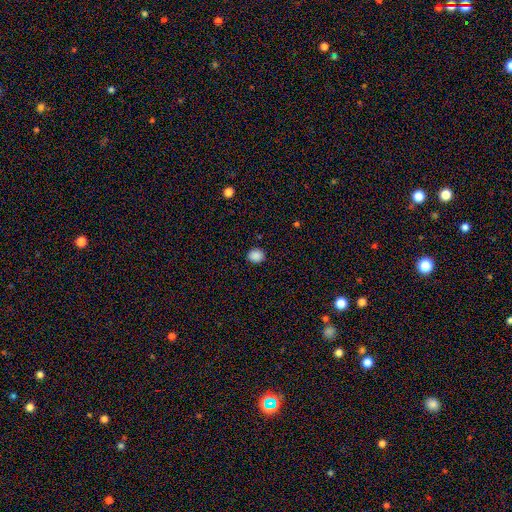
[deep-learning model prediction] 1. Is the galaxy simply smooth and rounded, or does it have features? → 87% smooth, 10% star or artifact, 3% featured or disk.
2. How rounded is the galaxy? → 72% round, 27% in between, 1% cigar-shaped.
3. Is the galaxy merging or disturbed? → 89% none, 8% minor disturbance, 2% major disturbance, 1% merger.